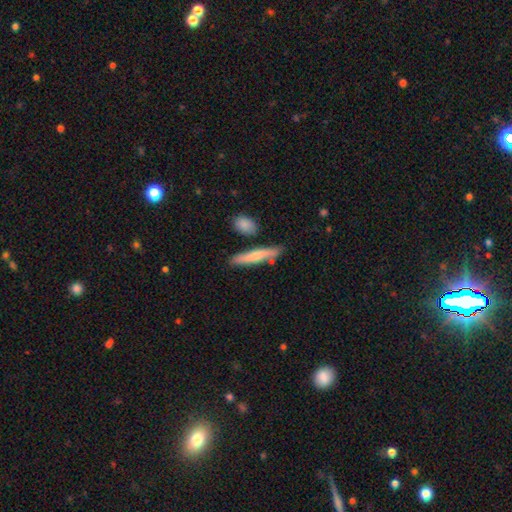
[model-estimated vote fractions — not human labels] A smooth galaxy with no disk features (61%) that is cigar-shaped (89%).

Vote fractions:
- Smooth or featured? smooth: 61% / featured or disk: 34% / star or artifact: 5%
- How rounded? cigar-shaped: 89% / in between: 9% / round: 2%
- Merging? none: 77% / minor disturbance: 14% / merger: 6% / major disturbance: 3%